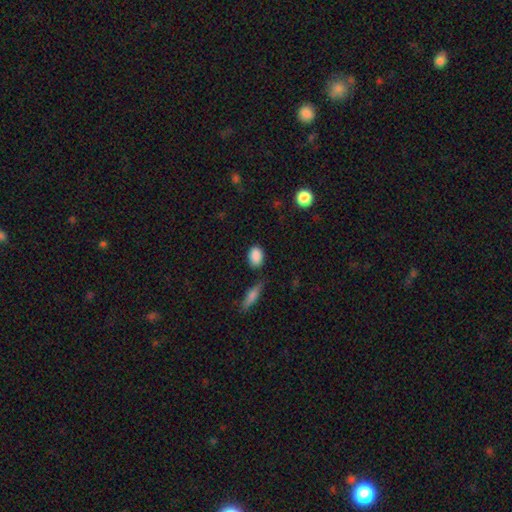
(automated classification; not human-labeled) A smooth galaxy with no disk features (88%) that is in between round and cigar-shaped (80%). Merging: none (77%).